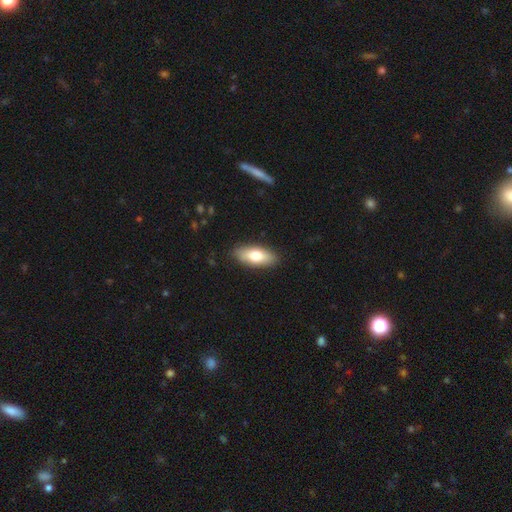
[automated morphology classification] This is likely a smooth galaxy (76%). How rounded: likely in between (78%). Merging: clearly none (87%).